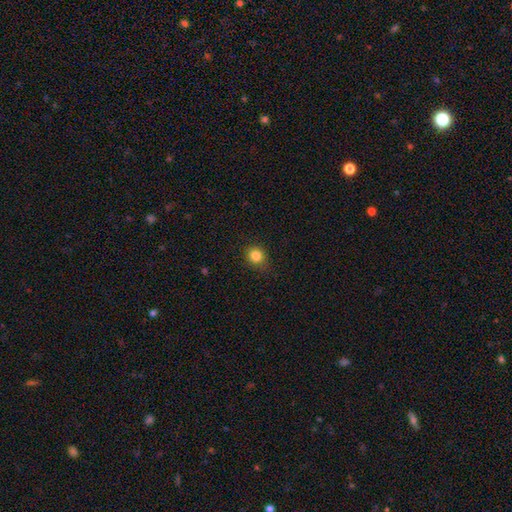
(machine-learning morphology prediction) Smooth or featured?
  - smooth: 84% *
  - star or artifact: 12%
  - featured or disk: 5%
How rounded?
  - round: 82% *
  - in between: 17%
  - cigar-shaped: 1%
Merging?
  - none: 85% *
  - minor disturbance: 11%
  - major disturbance: 3%
  - merger: 1%